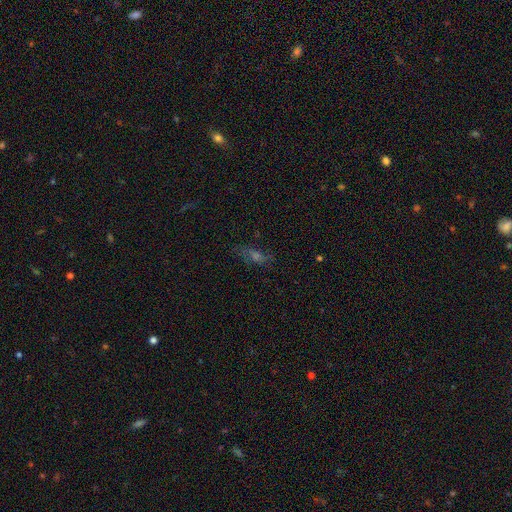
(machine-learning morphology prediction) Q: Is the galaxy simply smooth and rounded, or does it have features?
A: featured or disk — 39%.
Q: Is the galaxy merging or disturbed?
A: none — 71%.